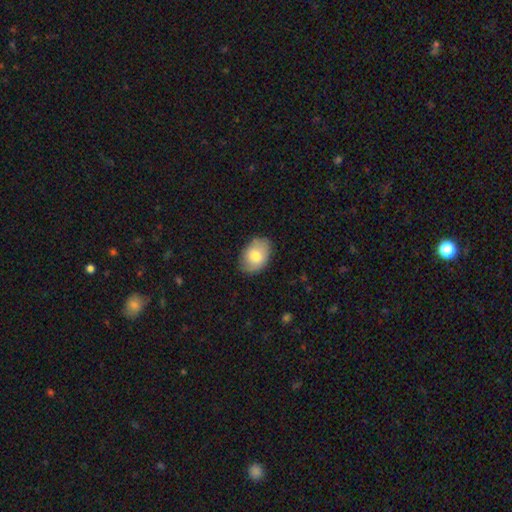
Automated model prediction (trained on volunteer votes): The model was most divided on "smooth or featured": smooth: 78%, featured or disk: 15%, star or artifact: 7%. More confident: how rounded — in between (83%); merging — none (82%).